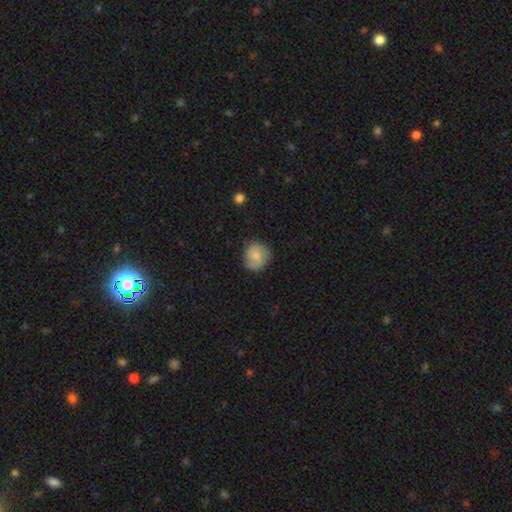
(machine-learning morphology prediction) Smooth or featured?
  - smooth: 77% *
  - featured or disk: 16%
  - star or artifact: 7%
How rounded?
  - round: 83% *
  - in between: 16%
  - cigar-shaped: 1%
Merging?
  - none: 79% *
  - minor disturbance: 16%
  - major disturbance: 3%
  - merger: 1%